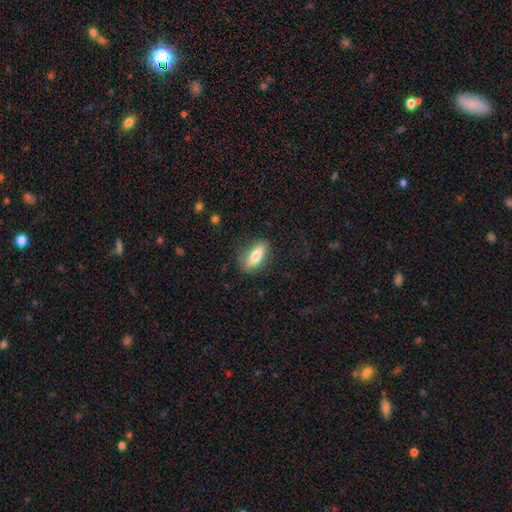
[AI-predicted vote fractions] Smooth or featured: smooth — 73% (featured or disk — 21%)
How rounded: in between — 68% (cigar-shaped — 29%)
Merging: none — 81% (minor disturbance — 13%)